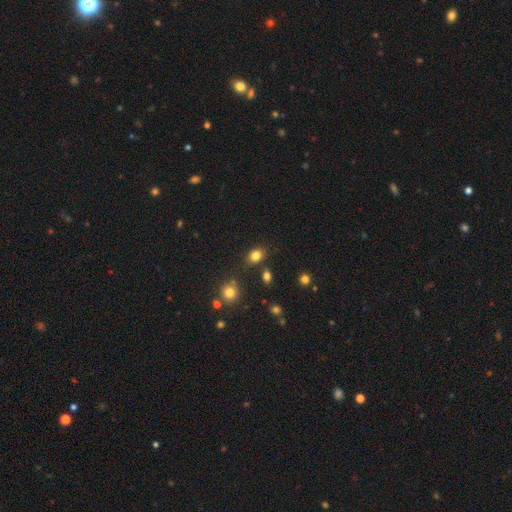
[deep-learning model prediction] smooth-or-featured: smooth: 82% | star or artifact: 12% | featured or disk: 6%
  how-rounded: in between: 62% | round: 36% | cigar-shaped: 1%
  merging: none: 78% | minor disturbance: 13% | merger: 6% | major disturbance: 4%